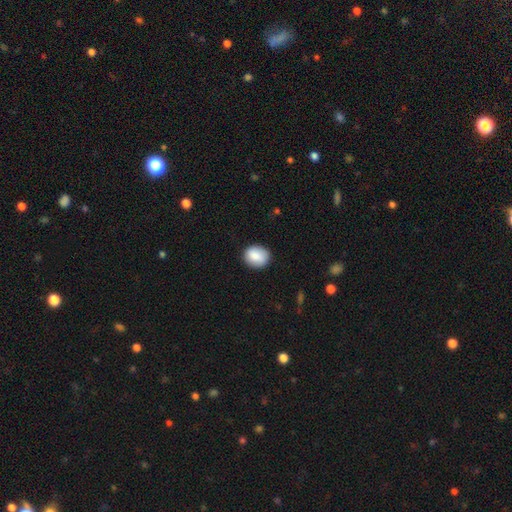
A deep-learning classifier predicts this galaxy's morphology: The model was most divided on "how rounded": round: 61%, in between: 38%, cigar-shaped: 1%. More confident: smooth or featured — smooth (87%); merging — none (85%).